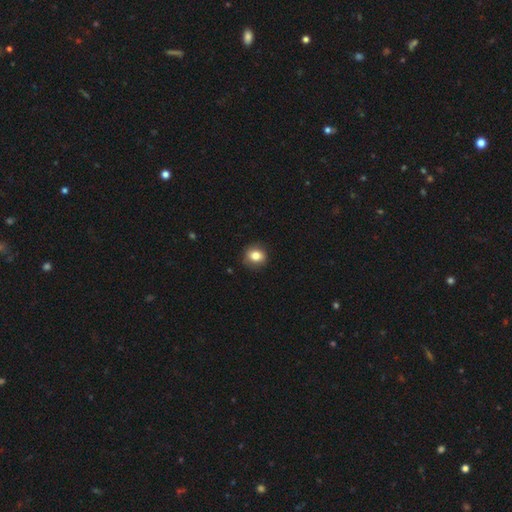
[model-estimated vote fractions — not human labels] Smooth or featured?
  - smooth: 80% *
  - featured or disk: 10%
  - star or artifact: 10%
How rounded?
  - round: 68% *
  - in between: 31%
  - cigar-shaped: 1%
Merging?
  - none: 86% *
  - minor disturbance: 11%
  - major disturbance: 3%
  - merger: 1%